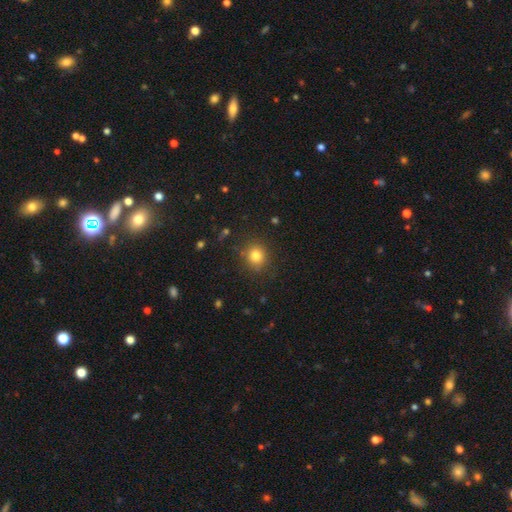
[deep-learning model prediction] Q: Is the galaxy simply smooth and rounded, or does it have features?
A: smooth — 81%.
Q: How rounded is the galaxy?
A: round — 84%.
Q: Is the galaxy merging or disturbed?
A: none — 85%.